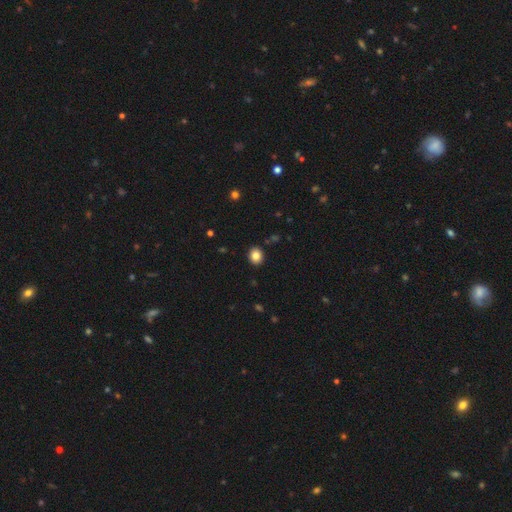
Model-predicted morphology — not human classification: Smooth or featured: smooth — 84% (star or artifact — 10%)
How rounded: round — 63% (in between — 36%)
Merging: none — 91% (minor disturbance — 6%)